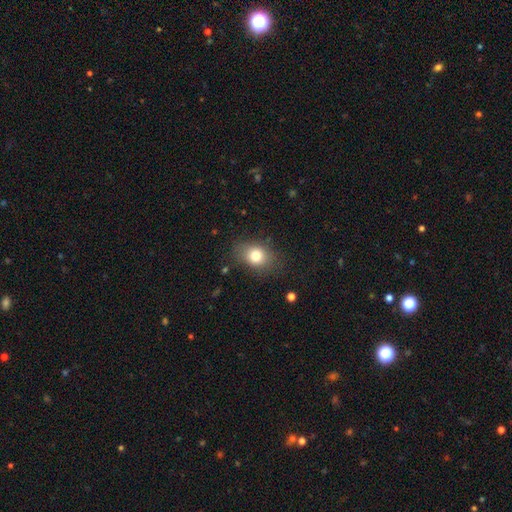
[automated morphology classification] A smooth galaxy with no disk features (79%) that is in between round and cigar-shaped (60%).

Vote fractions:
- Smooth or featured? smooth: 79% / star or artifact: 11% / featured or disk: 11%
- How rounded? in between: 60% / round: 38% / cigar-shaped: 1%
- Merging? none: 77% / minor disturbance: 16% / major disturbance: 6% / merger: 1%